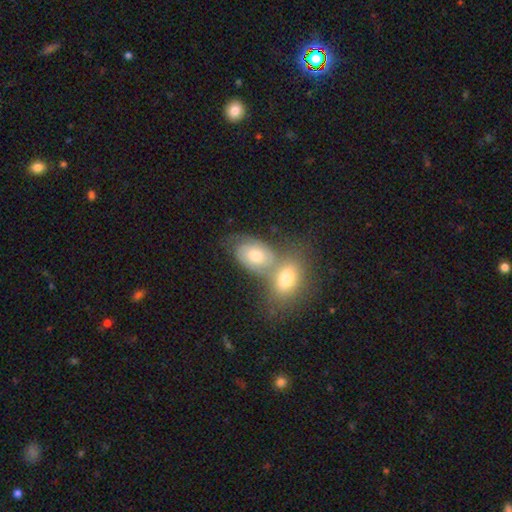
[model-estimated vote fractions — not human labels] Smooth or featured? Predicted: smooth (p=0.46). Merging? Predicted: merger (p=0.51).